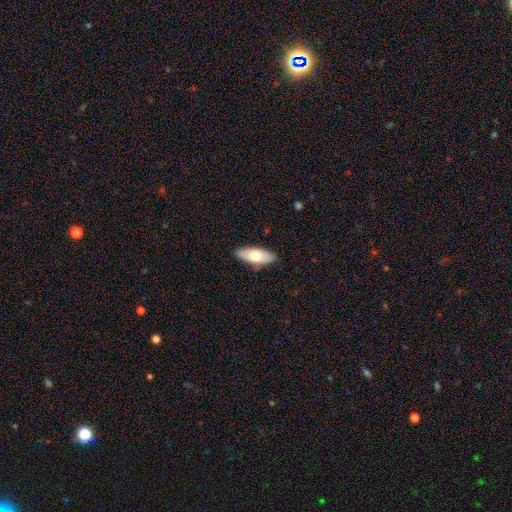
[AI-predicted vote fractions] Morphology: type=smooth (69%); roundness=in between (77%); merging=none (88%).